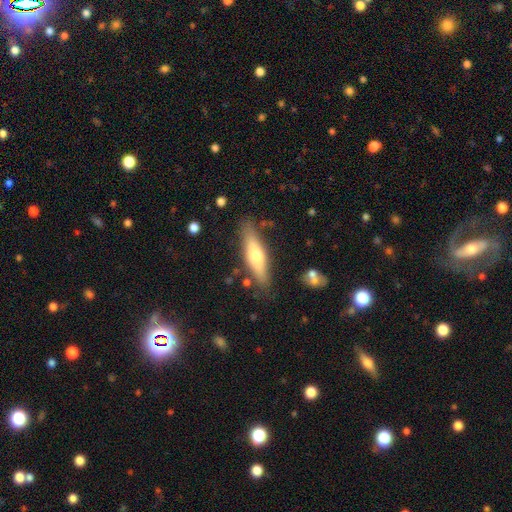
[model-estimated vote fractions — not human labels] This is possibly a smooth galaxy (53%). How rounded: likely cigar-shaped (67%). Merging: clearly none (81%).